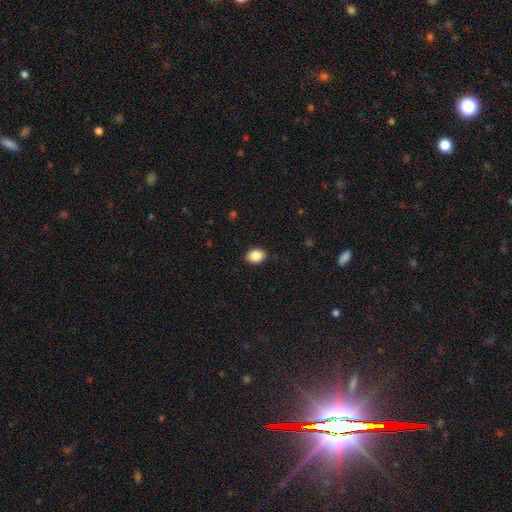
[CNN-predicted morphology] A smooth galaxy with no disk features (87%) that is in between round and cigar-shaped (67%). Merging: none (89%).